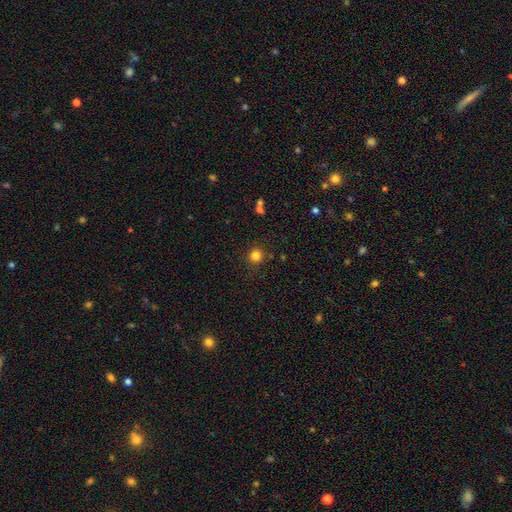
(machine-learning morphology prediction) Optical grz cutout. It shows a smooth galaxy with no disk features (82%) that is round (93%). Merging: none (87%).